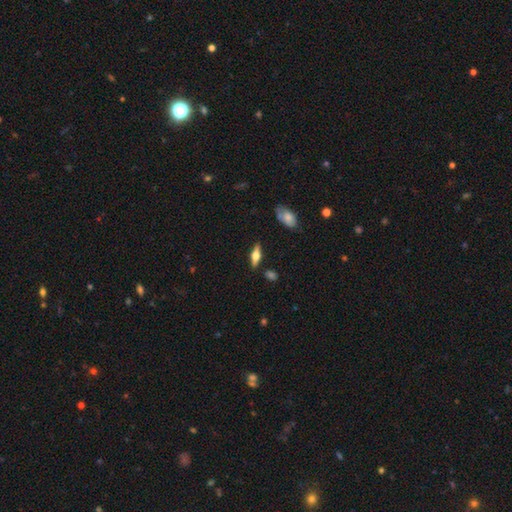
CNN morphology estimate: A featured or disk galaxy (58%) viewed edge-on (94%) with a rounded central bulge (93%).

Vote fractions:
- Smooth or featured? featured or disk: 58% / smooth: 35% / star or artifact: 7%
- Edge-on disk? yes: 94% / no: 6%
- Edge-on bulge? rounded: 93% / boxy: 5% / none: 2%
- Merging? none: 85% / minor disturbance: 10% / major disturbance: 3% / merger: 2%